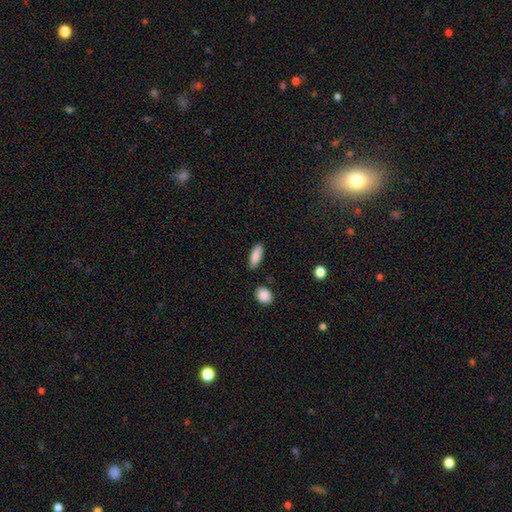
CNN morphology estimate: Q: Smooth or featured?
A: smooth (87%); runner-up: featured or disk (6%)
Q: How rounded?
A: in between (68%); runner-up: cigar-shaped (30%)
Q: Merging?
A: none (85%); runner-up: minor disturbance (10%)